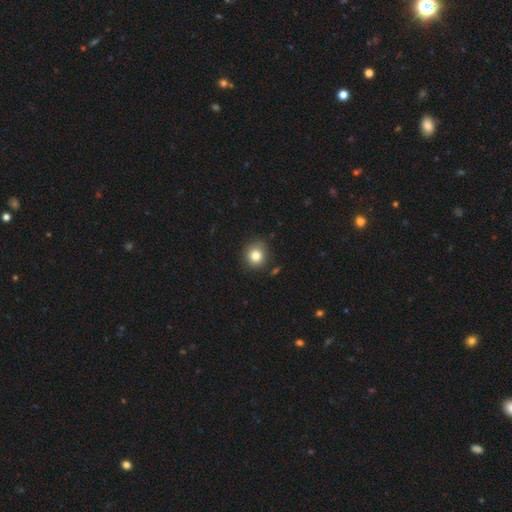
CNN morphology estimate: Smooth or featured?
  - smooth: 82% *
  - star or artifact: 11%
  - featured or disk: 8%
How rounded?
  - round: 87% *
  - in between: 12%
  - cigar-shaped: 1%
Merging?
  - none: 83% *
  - minor disturbance: 12%
  - major disturbance: 3%
  - merger: 3%